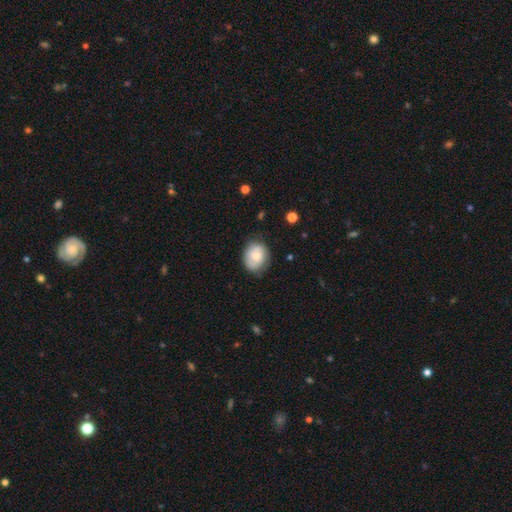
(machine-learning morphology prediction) smooth 68%, featured or disk 25%, star or artifact 7%. Down the decision tree: how rounded — round (54%); merging — none (72%).